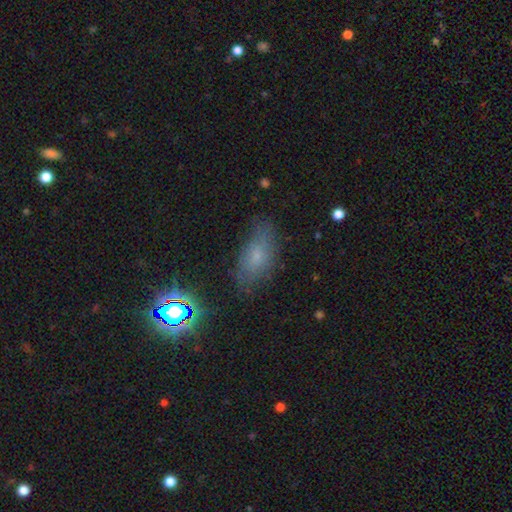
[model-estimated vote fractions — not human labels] Q: Smooth or featured?
A: smooth (59%); runner-up: star or artifact (21%)
Q: How rounded?
A: in between (83%); runner-up: cigar-shaped (10%)
Q: Merging?
A: none (72%); runner-up: minor disturbance (20%)